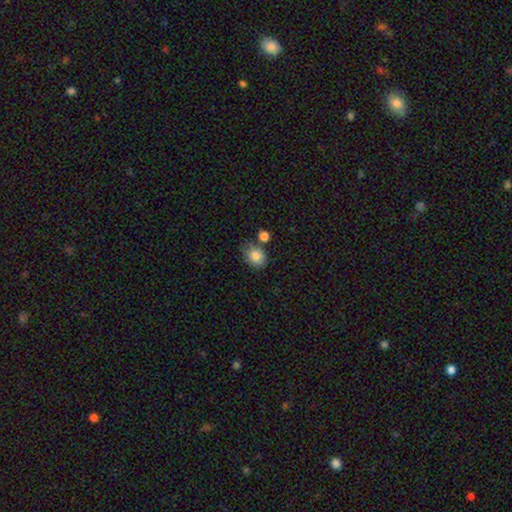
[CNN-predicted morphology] A smooth galaxy with no disk features (85%) that is in between round and cigar-shaped (56%).

Vote fractions:
- Smooth or featured? smooth: 85% / star or artifact: 9% / featured or disk: 6%
- How rounded? in between: 56% / round: 43% / cigar-shaped: 1%
- Merging? none: 61% / minor disturbance: 19% / merger: 15% / major disturbance: 5%